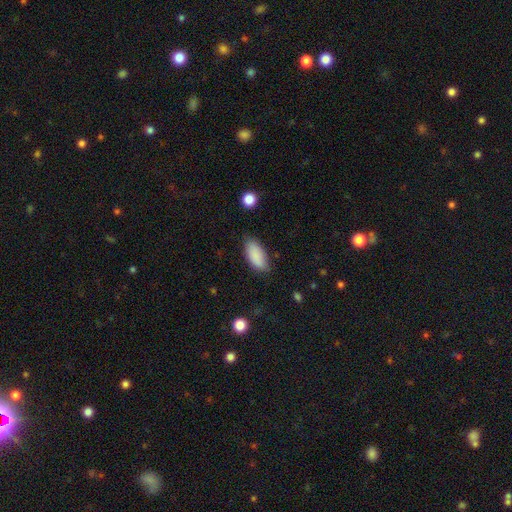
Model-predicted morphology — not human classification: This is clearly a smooth galaxy (88%). How rounded: clearly in between (88%). Merging: likely none (77%).